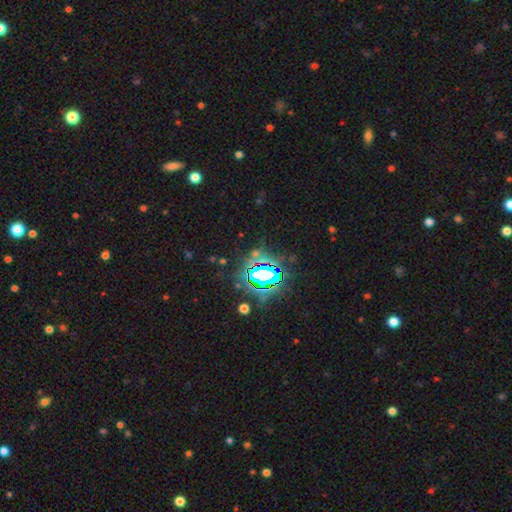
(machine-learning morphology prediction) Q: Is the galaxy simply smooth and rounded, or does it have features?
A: star or artifact — 79%.